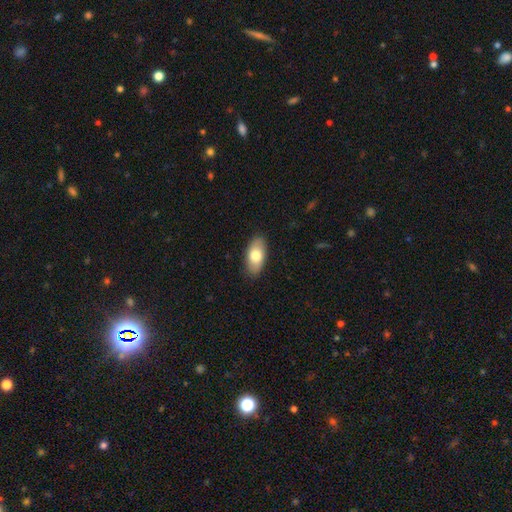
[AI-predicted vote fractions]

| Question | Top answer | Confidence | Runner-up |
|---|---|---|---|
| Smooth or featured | smooth | 76% | featured or disk (18%) |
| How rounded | in between | 91% | cigar-shaped (6%) |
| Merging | none | 88% | minor disturbance (9%) |